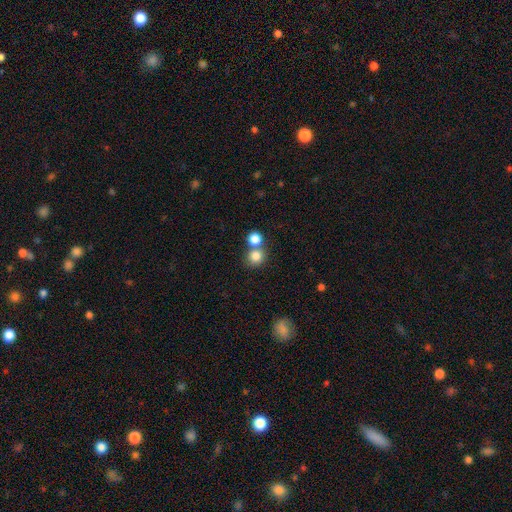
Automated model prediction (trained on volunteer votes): This is clearly a smooth galaxy (81%). How rounded: clearly round (86%). Merging: possibly none (55%).